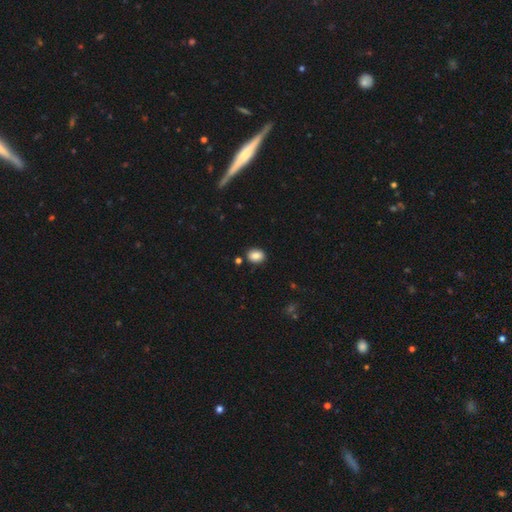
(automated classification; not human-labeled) A smooth galaxy with no disk features (86%) that is in between round and cigar-shaped (63%).

Vote fractions:
- Smooth or featured? smooth: 86% / star or artifact: 9% / featured or disk: 5%
- How rounded? in between: 63% / round: 36% / cigar-shaped: 1%
- Merging? none: 84% / minor disturbance: 10% / merger: 3% / major disturbance: 2%